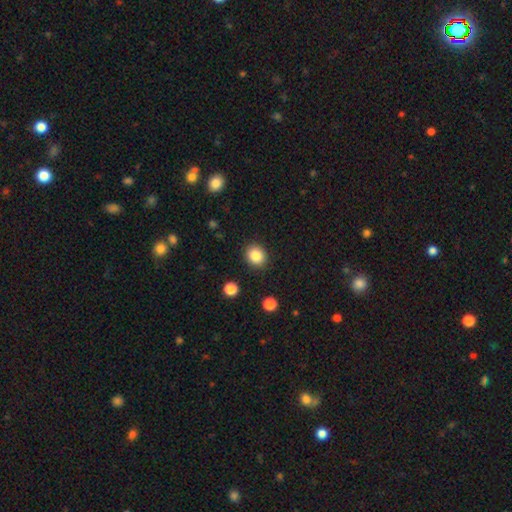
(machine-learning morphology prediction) smooth_or_featured: smooth (p=0.85) [alt: star or artifact p=0.10]
how_rounded: round (p=0.70) [alt: in between p=0.29]
merging: none (p=0.90) [alt: minor disturbance p=0.07]